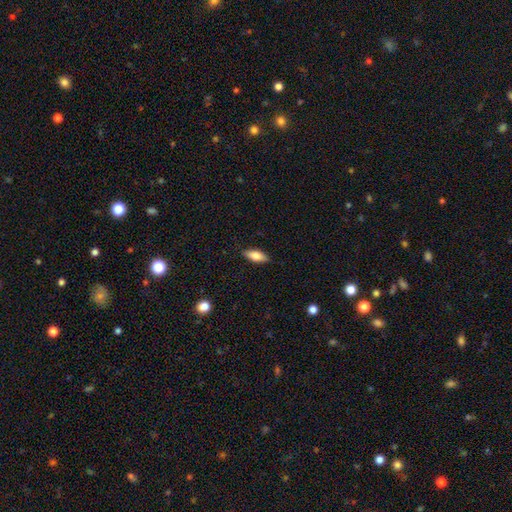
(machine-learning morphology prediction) type=smooth (74%); roundness=in between (73%); merging=none (86%).